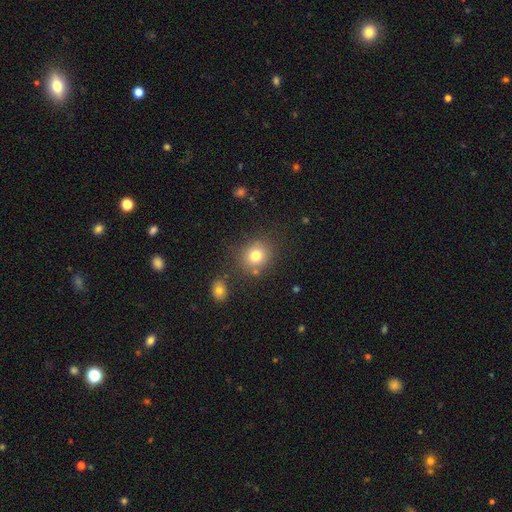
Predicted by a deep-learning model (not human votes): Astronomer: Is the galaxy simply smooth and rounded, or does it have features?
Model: smooth — 78%.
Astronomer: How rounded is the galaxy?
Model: round — 81%.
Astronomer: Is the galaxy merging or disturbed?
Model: none — 78%.